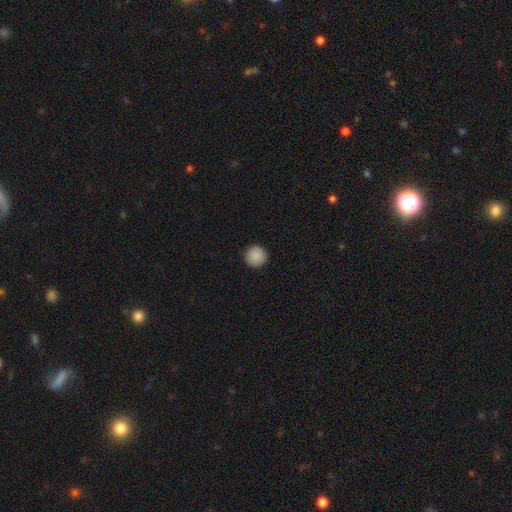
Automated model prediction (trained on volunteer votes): This is clearly a smooth galaxy (89%). How rounded: clearly round (96%). Merging: clearly none (93%).